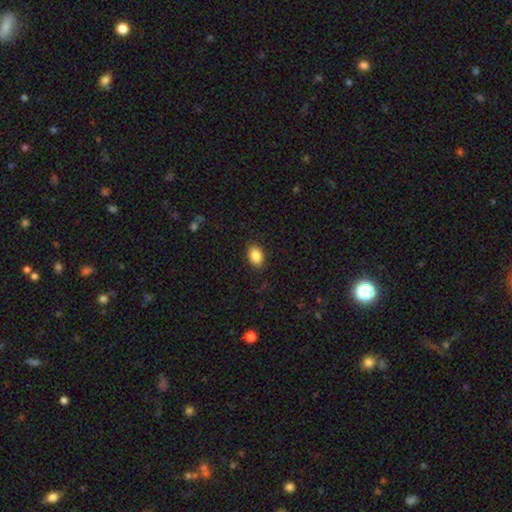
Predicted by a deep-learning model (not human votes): Smooth or featured? Predicted: smooth (p=0.87). How rounded? Predicted: in between (p=0.81). Merging? Predicted: none (p=0.87).